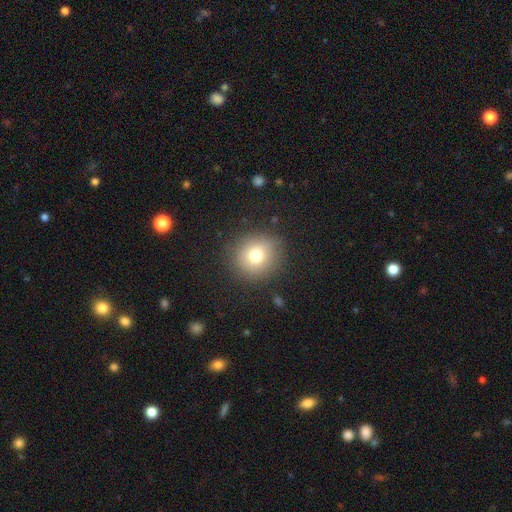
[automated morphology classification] This appears to be a smooth galaxy with no disk features (74%) that is round (90%). Merging: none (87%).